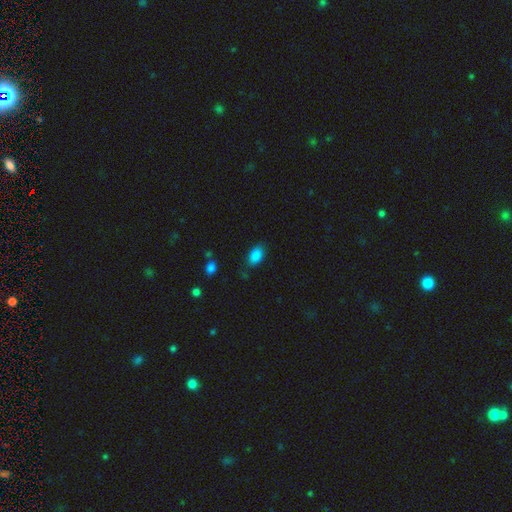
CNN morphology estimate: This is clearly a smooth galaxy (87%). How rounded: clearly in between (90%). Merging: likely none (79%).